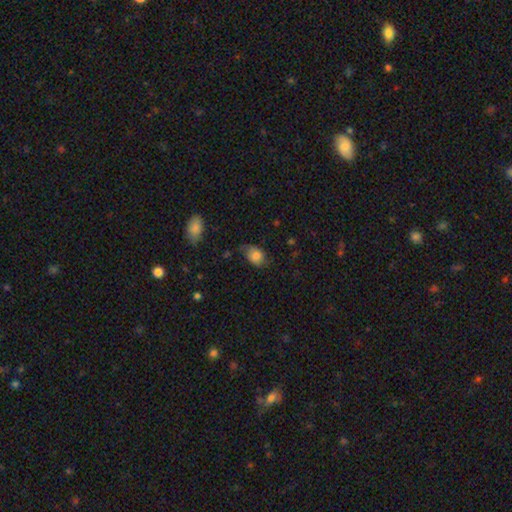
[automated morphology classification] type=smooth (77%); roundness=in between (76%); merging=none (54%).